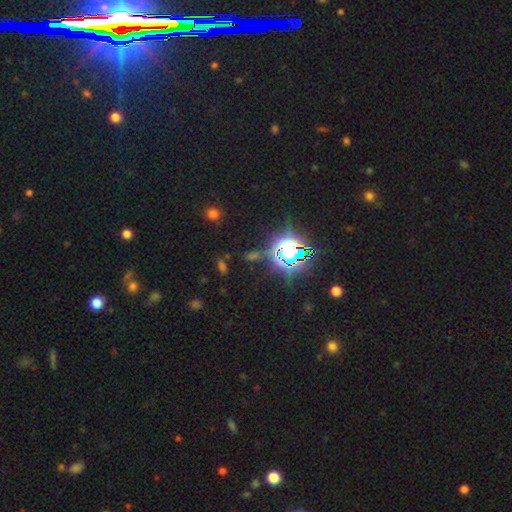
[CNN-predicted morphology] A star or artifact, not a galaxy (73%).